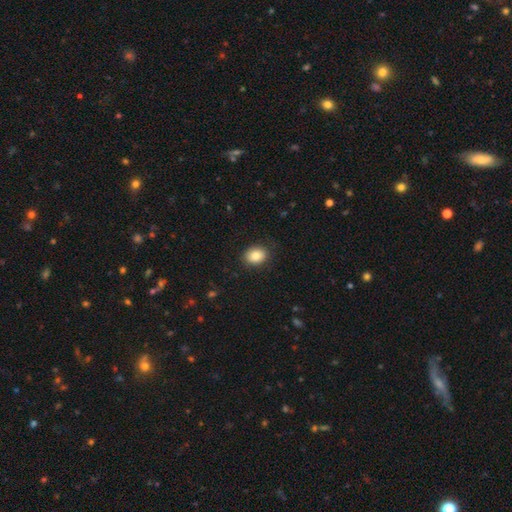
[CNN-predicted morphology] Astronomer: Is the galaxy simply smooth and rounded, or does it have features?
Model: smooth — 84%.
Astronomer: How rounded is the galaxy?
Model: in between — 55% (runner-up: round, 44%).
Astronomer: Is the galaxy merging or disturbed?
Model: none — 86%.